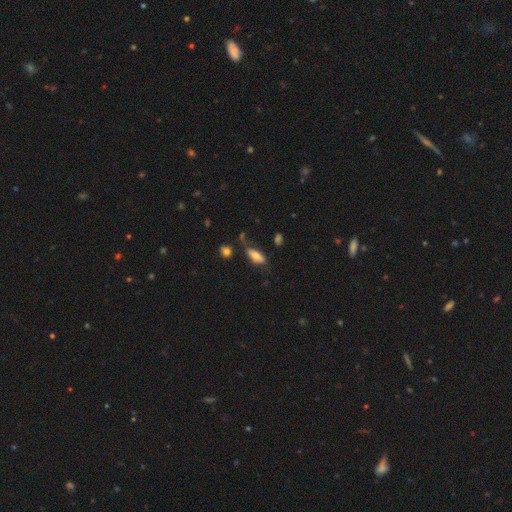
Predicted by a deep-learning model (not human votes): The model was most divided on "merging": none: 54%, minor disturbance: 27%, major disturbance: 11%, merger: 8%. More confident: how rounded — in between (79%); smooth or featured — smooth (67%).